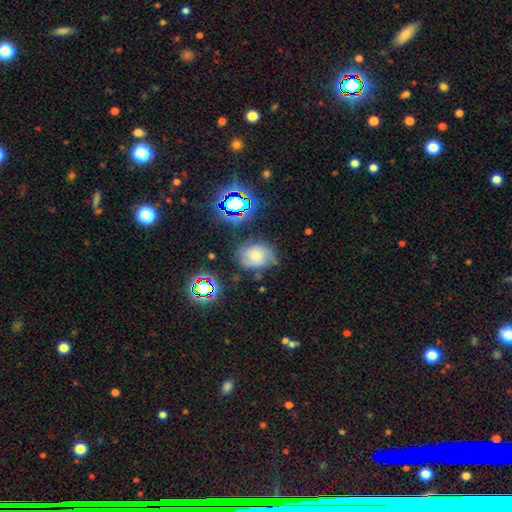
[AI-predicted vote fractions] Smooth or featured? Predicted: featured or disk (p=0.42). Merging? Predicted: none (p=0.54).